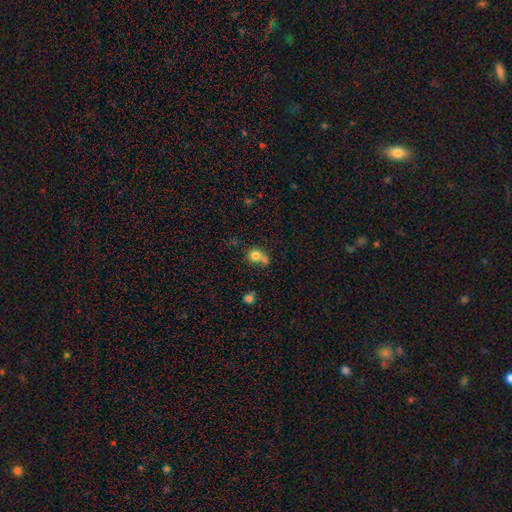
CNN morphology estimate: type=smooth (77%); roundness=round (70%); merging=none (40%).